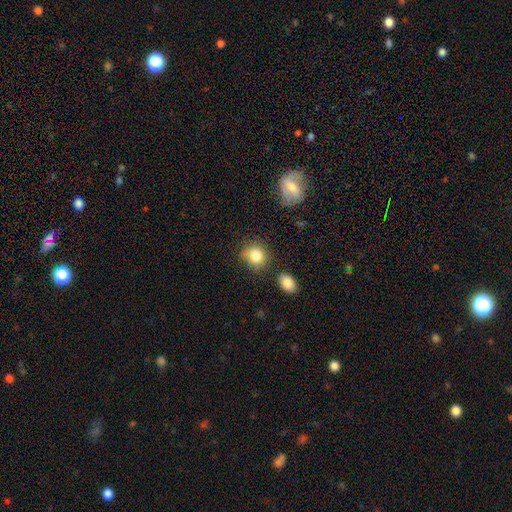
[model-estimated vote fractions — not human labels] Morphology: type=smooth (82%); roundness=round (75%); merging=none (74%).